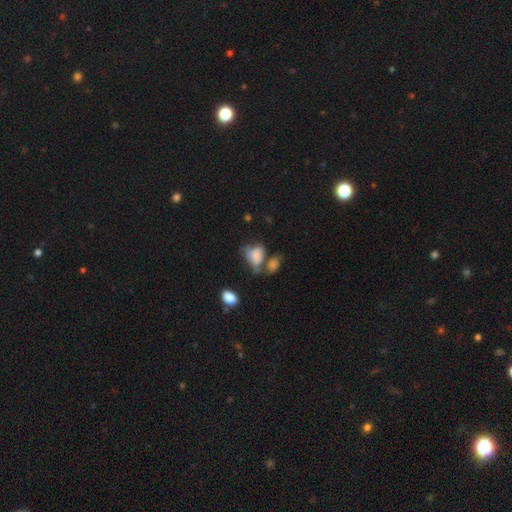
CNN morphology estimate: The model was most divided on "merging": merger: 38%, major disturbance: 22%, none: 22%, minor disturbance: 18%. More confident: how rounded — in between (78%); smooth or featured — smooth (68%).